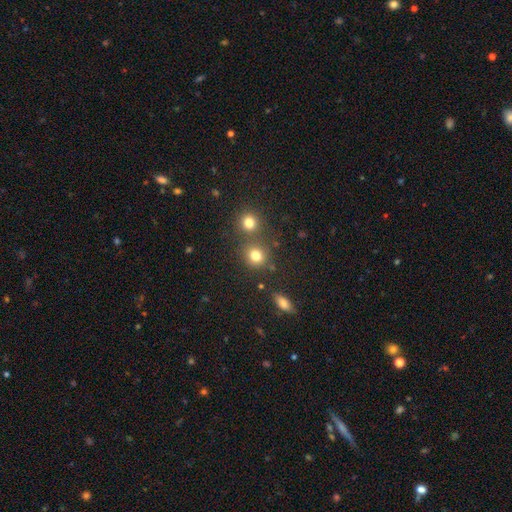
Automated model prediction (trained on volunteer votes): Smooth or featured: smooth — 79% (star or artifact — 14%)
How rounded: round — 84% (in between — 15%)
Merging: none — 68% (merger — 19%)